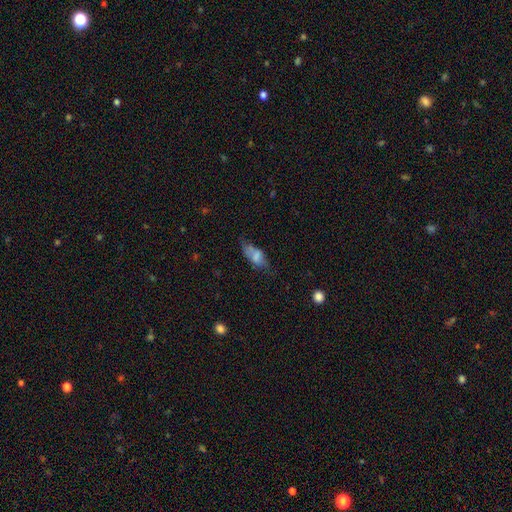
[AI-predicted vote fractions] smooth_or_featured: smooth (p=0.64) [alt: featured or disk p=0.26]
how_rounded: in between (p=0.78) [alt: cigar-shaped p=0.19]
merging: none (p=0.45) [alt: minor disturbance p=0.31]